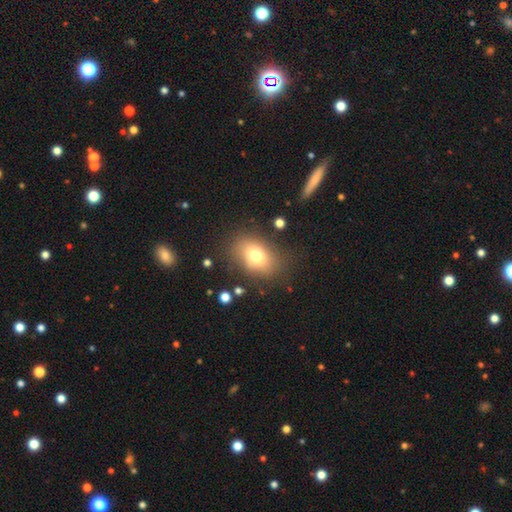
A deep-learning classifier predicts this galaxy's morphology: smooth 75%, featured or disk 14%, star or artifact 11%. Down the decision tree: how rounded — in between (74%); merging — none (77%).